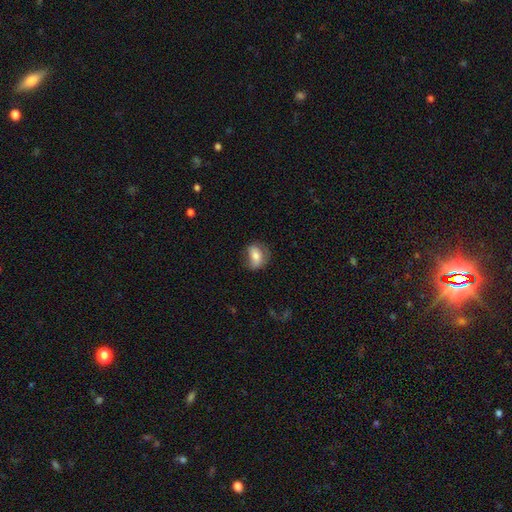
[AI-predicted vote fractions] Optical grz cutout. It shows a smooth galaxy with no disk features (67%) that is in between round and cigar-shaped (75%). Merging: none (58%).